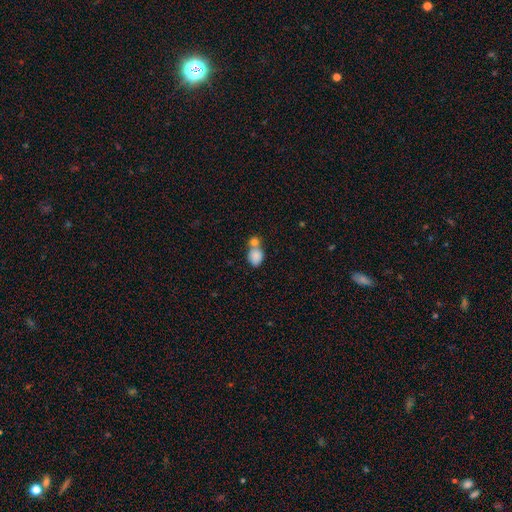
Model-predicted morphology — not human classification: A smooth galaxy with no disk features (83%) that is in between round and cigar-shaped (60%).

Vote fractions:
- Smooth or featured? smooth: 83% / featured or disk: 9% / star or artifact: 8%
- How rounded? in between: 60% / round: 38% / cigar-shaped: 1%
- Merging? merger: 57% / none: 30% / minor disturbance: 9% / major disturbance: 4%